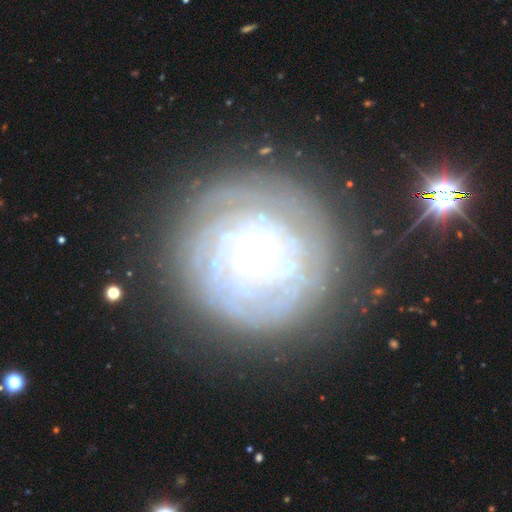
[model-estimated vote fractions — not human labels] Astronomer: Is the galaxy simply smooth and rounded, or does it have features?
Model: featured or disk — 73%.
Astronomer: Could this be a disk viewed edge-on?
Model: no — 97%.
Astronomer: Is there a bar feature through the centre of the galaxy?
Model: no — 83%.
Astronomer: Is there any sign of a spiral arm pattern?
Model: yes — 86%.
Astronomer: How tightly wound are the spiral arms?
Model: tight — 84%.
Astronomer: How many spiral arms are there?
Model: can't tell — 44%.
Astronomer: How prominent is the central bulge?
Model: small — 76%.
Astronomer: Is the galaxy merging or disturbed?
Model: none — 77%.